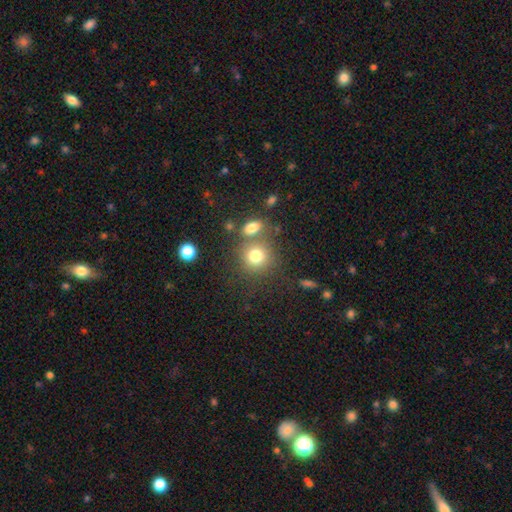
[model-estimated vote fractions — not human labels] smooth-or-featured: smooth: 78% | star or artifact: 12% | featured or disk: 9%
  how-rounded: round: 84% | in between: 15% | cigar-shaped: 1%
  merging: none: 63% | merger: 23% | minor disturbance: 10% | major disturbance: 4%